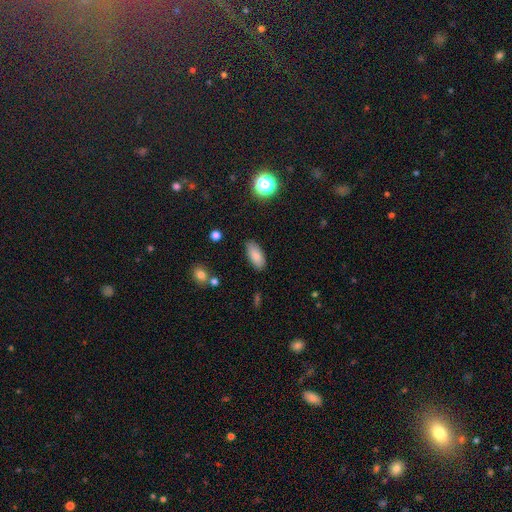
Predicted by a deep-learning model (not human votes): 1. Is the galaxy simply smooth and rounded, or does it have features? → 84% smooth, 8% star or artifact, 7% featured or disk.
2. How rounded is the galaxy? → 85% in between, 12% cigar-shaped, 2% round.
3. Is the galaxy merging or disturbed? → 86% none, 10% minor disturbance, 3% major disturbance, 2% merger.